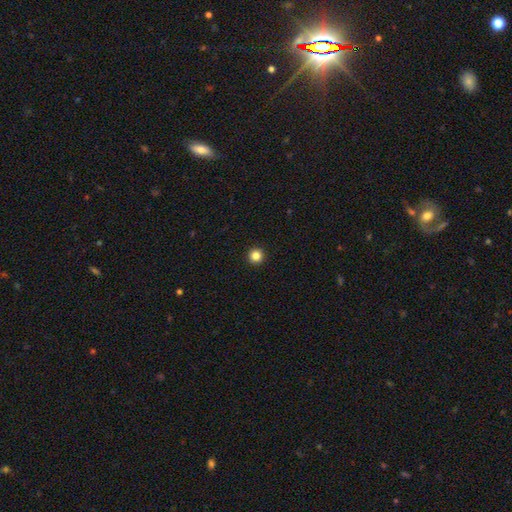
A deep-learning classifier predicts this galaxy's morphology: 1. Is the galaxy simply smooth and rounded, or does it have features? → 84% smooth, 12% star or artifact, 4% featured or disk.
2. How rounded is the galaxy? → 97% round, 2% in between, 1% cigar-shaped.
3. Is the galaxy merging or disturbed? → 94% none, 3% minor disturbance, 1% major disturbance, 1% merger.